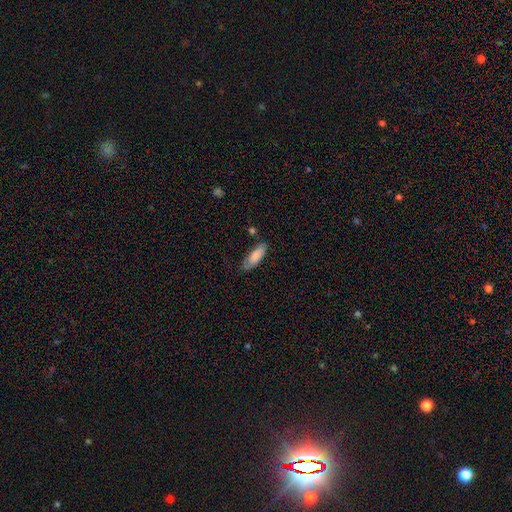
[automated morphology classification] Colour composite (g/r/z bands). It shows a smooth galaxy with no disk features (83%) that is in between round and cigar-shaped (66%). Merging: none (70%).